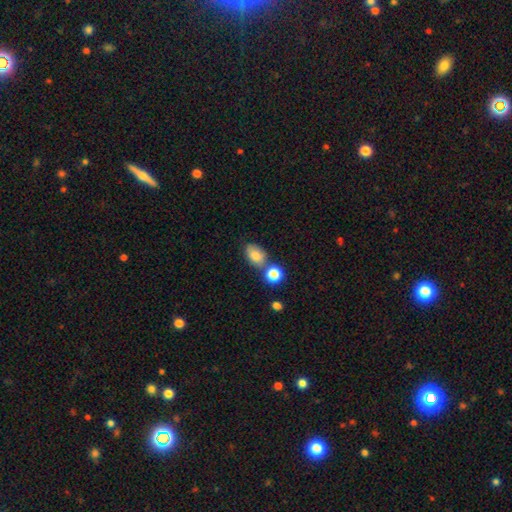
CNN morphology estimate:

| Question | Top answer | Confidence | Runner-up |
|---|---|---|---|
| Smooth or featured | smooth | 81% | star or artifact (10%) |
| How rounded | in between | 81% | round (18%) |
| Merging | none | 57% | merger (23%) |